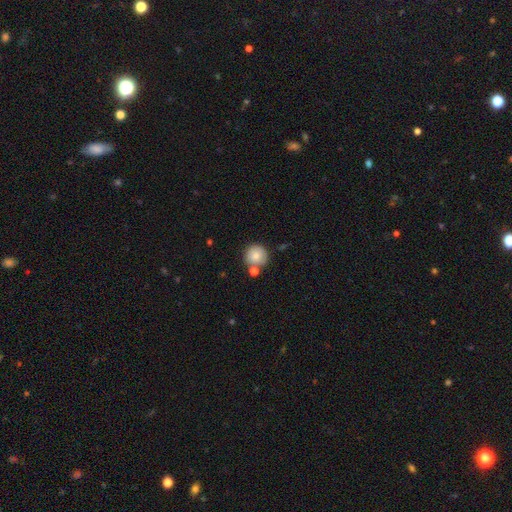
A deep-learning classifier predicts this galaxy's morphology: type=smooth (82%); roundness=round (93%); merging=none (69%).